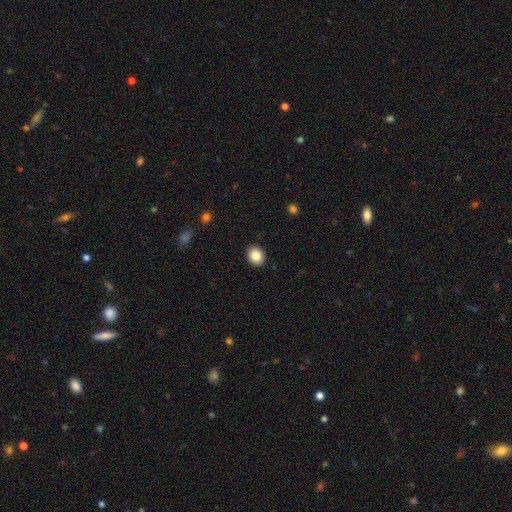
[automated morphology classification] smooth-or-featured: smooth: 86% | star or artifact: 9% | featured or disk: 6%
  how-rounded: round: 71% | in between: 28% | cigar-shaped: 1%
  merging: none: 92% | minor disturbance: 5% | major disturbance: 2% | merger: 1%